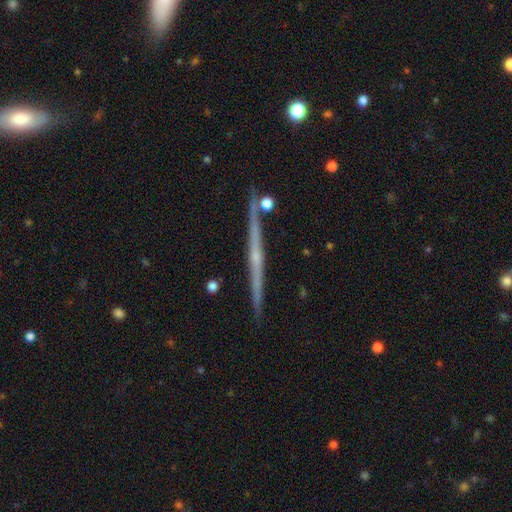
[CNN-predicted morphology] smooth_or_featured: featured or disk (p=0.78) [alt: smooth p=0.15]
disk_edge_on: yes (p=0.98) [alt: no p=0.02]
edge_on_bulge: rounded (p=0.47) [alt: none p=0.46]
merging: none (p=0.89) [alt: minor disturbance p=0.07]